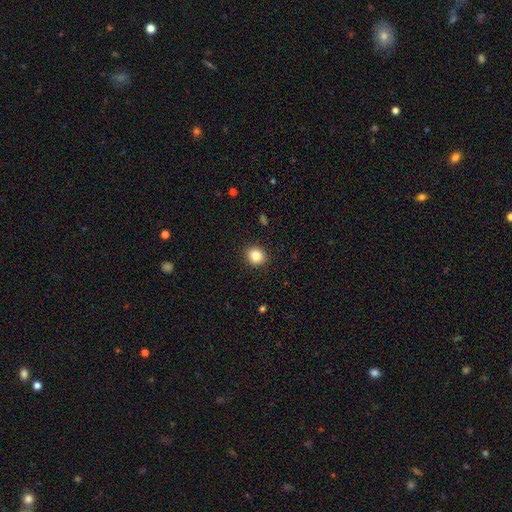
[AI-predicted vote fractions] smooth 84%, star or artifact 10%, featured or disk 6%. Down the decision tree: how rounded — round (77%); merging — none (91%).